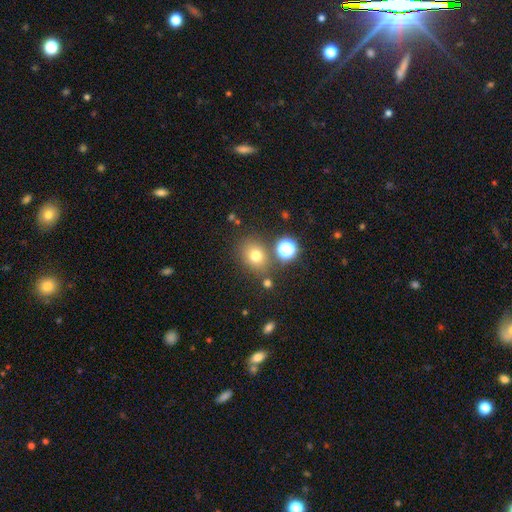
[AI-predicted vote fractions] Smooth or featured: smooth — 72% (star or artifact — 18%)
How rounded: round — 62% (in between — 37%)
Merging: none — 75% (minor disturbance — 12%)